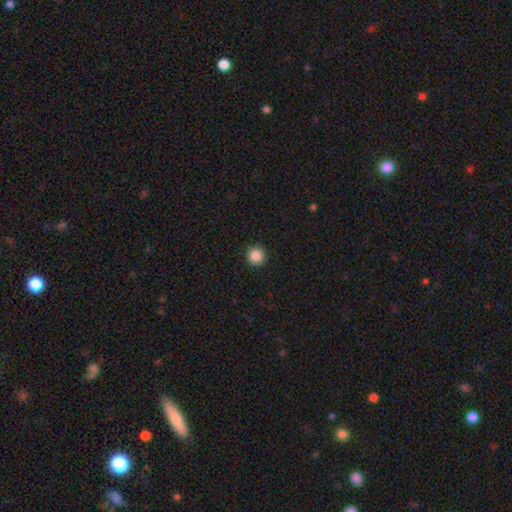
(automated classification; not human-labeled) Smooth or featured? Predicted: smooth (p=0.86). How rounded? Predicted: round (p=0.94). Merging? Predicted: none (p=0.93).